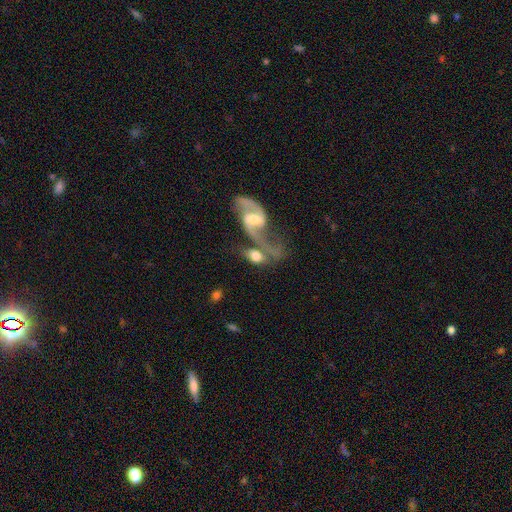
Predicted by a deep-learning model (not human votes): smooth-or-featured: featured or disk: 63% | smooth: 29% | star or artifact: 7%
  disk-edge-on: no: 92% | yes: 8%
    bar: weak: 45% | no: 36% | strong: 19%
    has-spiral-arms: yes: 81% | no: 19%
    bulge-size: moderate: 48% | small: 31% | large: 13% | none: 5% | dominant: 2%
  merging: merger: 50% | none: 25% | major disturbance: 13% | minor disturbance: 12%